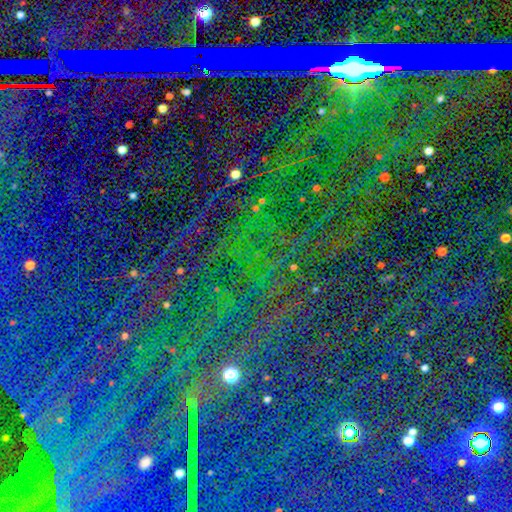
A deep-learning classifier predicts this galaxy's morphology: smooth_or_featured: star or artifact (p=0.87) [alt: smooth p=0.07]